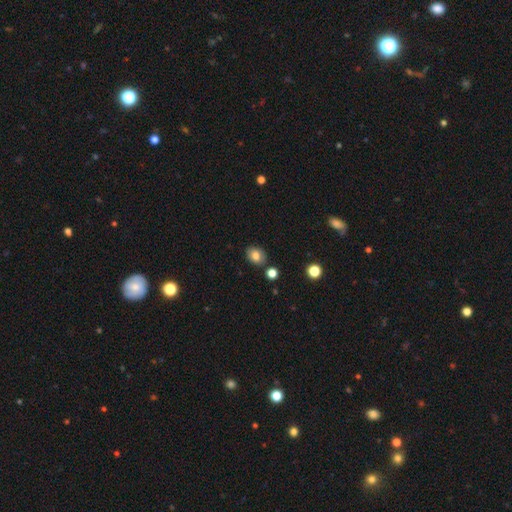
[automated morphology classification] smooth_or_featured: smooth (p=0.79) [alt: star or artifact p=0.11]
how_rounded: in between (p=0.53) [alt: round p=0.46]
merging: none (p=0.82) [alt: minor disturbance p=0.10]